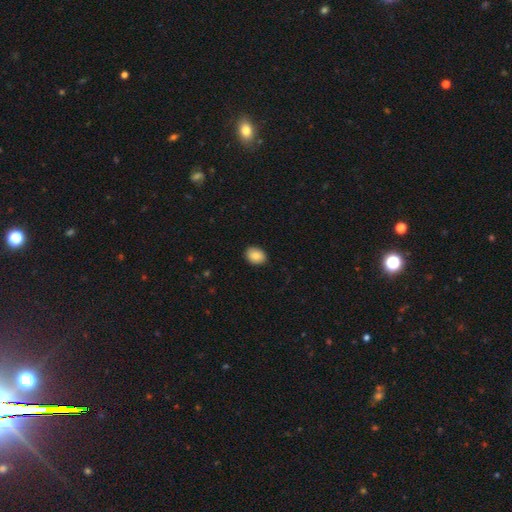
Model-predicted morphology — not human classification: Smooth or featured: smooth — 86% (star or artifact — 8%)
How rounded: in between — 62% (round — 37%)
Merging: none — 89% (minor disturbance — 8%)